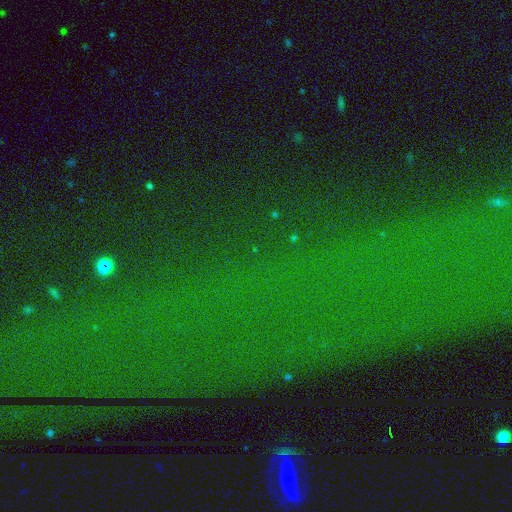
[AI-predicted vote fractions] This appears to be a star or artifact, not a galaxy (77%).